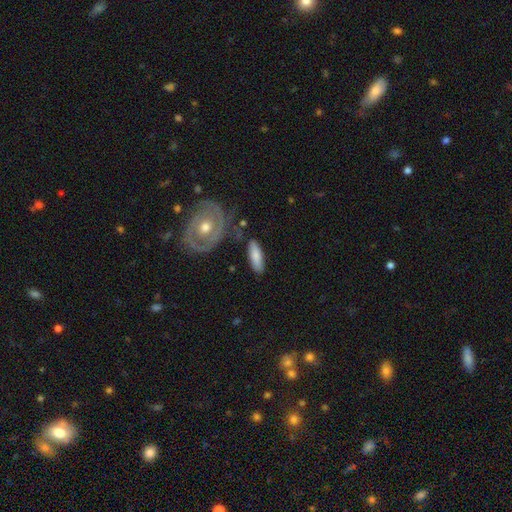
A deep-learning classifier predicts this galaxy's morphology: The model was most divided on "how rounded": in between: 55%, cigar-shaped: 43%, round: 2%. More confident: merging — none (79%); smooth or featured — smooth (75%).